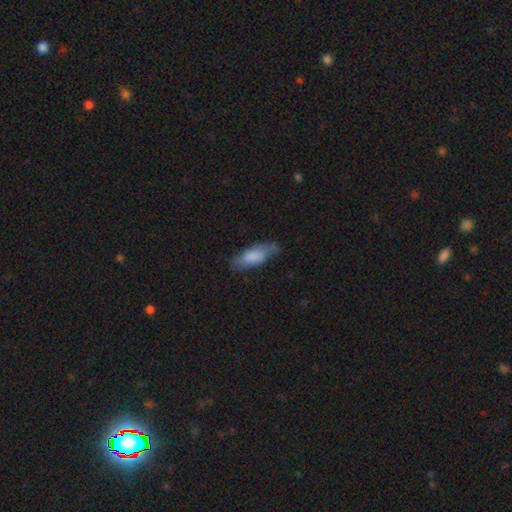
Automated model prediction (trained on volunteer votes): This appears to be a smooth galaxy with no disk features (75%) that is in between round and cigar-shaped (63%). Merging: none (70%).